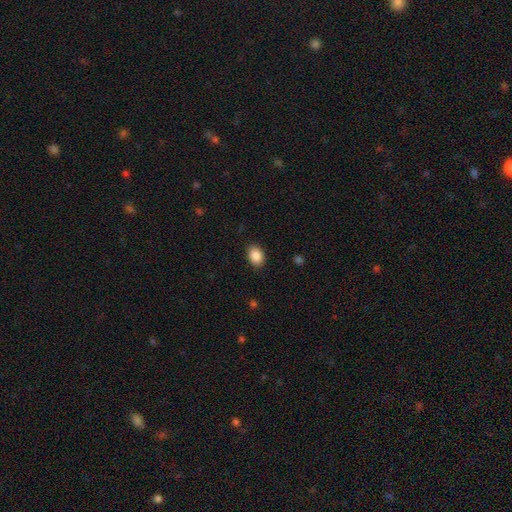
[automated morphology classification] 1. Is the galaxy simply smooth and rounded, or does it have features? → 88% smooth, 8% star or artifact, 4% featured or disk.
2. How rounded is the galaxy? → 76% in between, 23% round, 1% cigar-shaped.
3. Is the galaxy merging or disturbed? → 88% none, 9% minor disturbance, 2% major disturbance, 1% merger.